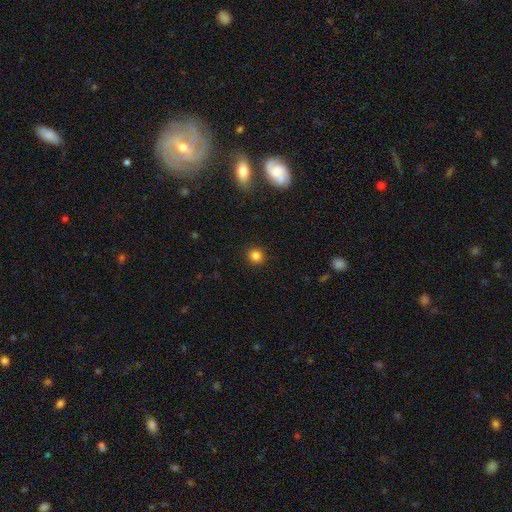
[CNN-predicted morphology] type=smooth (83%); roundness=round (93%); merging=none (92%).